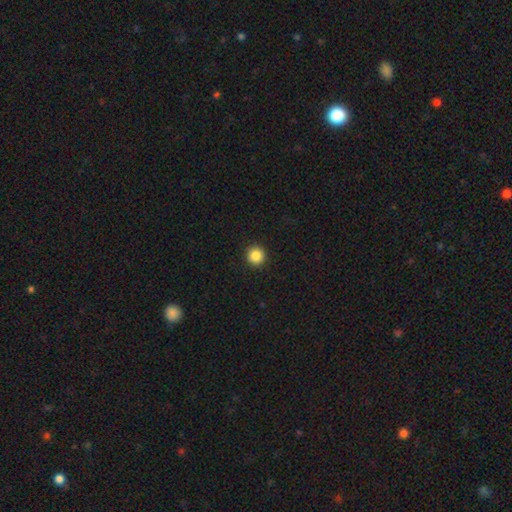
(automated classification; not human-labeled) Smooth or featured? smooth (86%)
How rounded? round (95%)
Merging? none (93%)